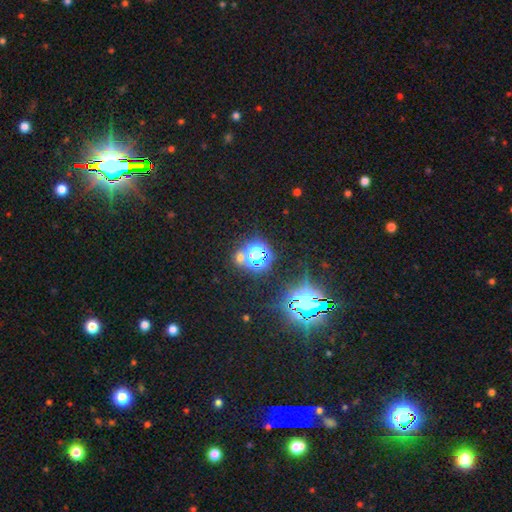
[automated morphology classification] smooth-or-featured: star or artifact: 61% | smooth: 28% | featured or disk: 10%